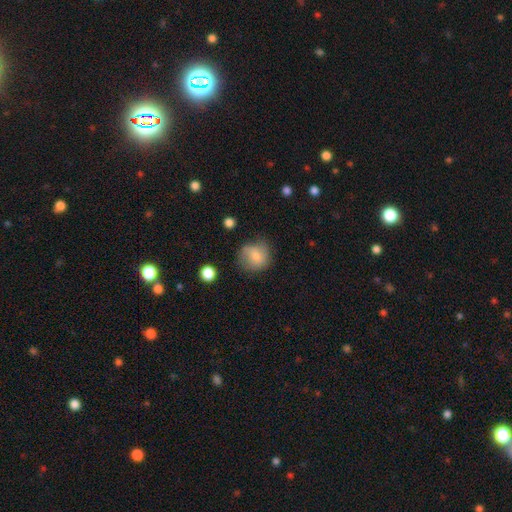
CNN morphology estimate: smooth 73%, featured or disk 18%, star or artifact 9%. Down the decision tree: how rounded — round (83%); merging — none (63%).